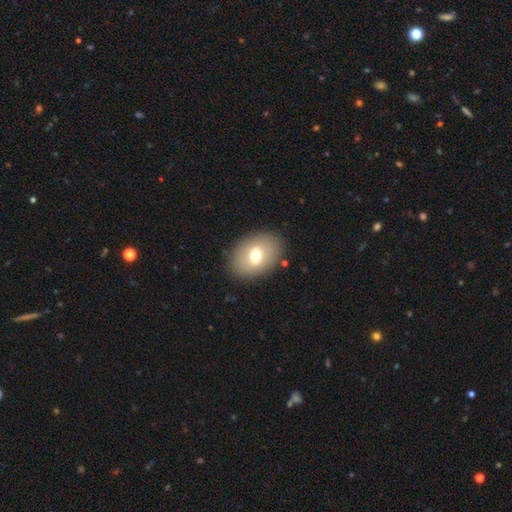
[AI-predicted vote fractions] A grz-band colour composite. It shows a smooth galaxy with no disk features (69%) that is in between round and cigar-shaped (76%). Merging: none (86%).